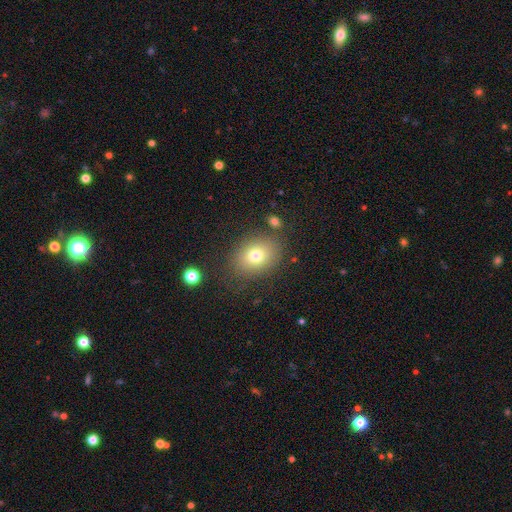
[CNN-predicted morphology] smooth-or-featured: smooth: 75% | featured or disk: 14% | star or artifact: 12%
  how-rounded: in between: 61% | round: 38% | cigar-shaped: 1%
  merging: none: 77% | minor disturbance: 14% | major disturbance: 6% | merger: 4%